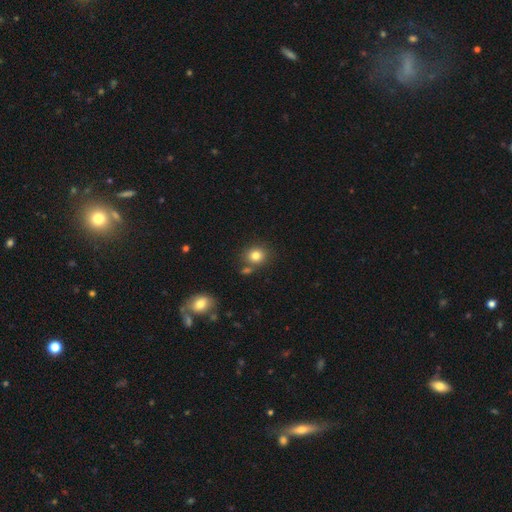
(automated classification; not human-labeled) Smooth or featured?
  - smooth: 82% *
  - star or artifact: 11%
  - featured or disk: 7%
How rounded?
  - round: 73% *
  - in between: 26%
  - cigar-shaped: 1%
Merging?
  - none: 73% *
  - merger: 12%
  - minor disturbance: 11%
  - major disturbance: 3%